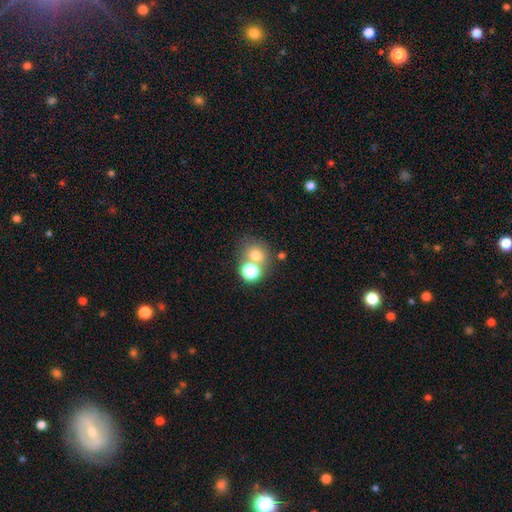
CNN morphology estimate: The model was most divided on "merging": none: 52%, merger: 35%, minor disturbance: 8%, major disturbance: 4%. More confident: how rounded — round (77%); smooth or featured — smooth (70%).